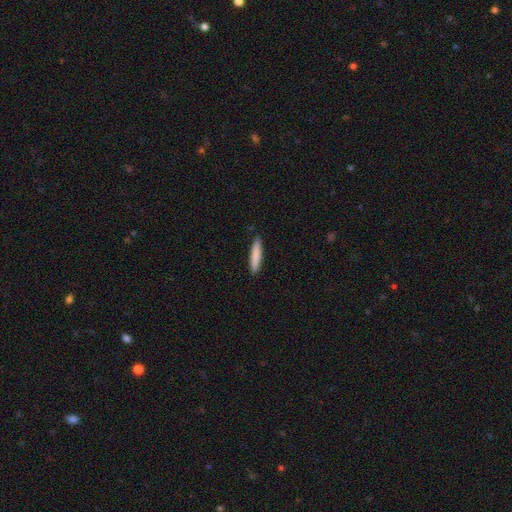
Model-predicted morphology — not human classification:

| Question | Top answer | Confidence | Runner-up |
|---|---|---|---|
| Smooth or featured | smooth | 83% | featured or disk (11%) |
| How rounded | cigar-shaped | 91% | in between (8%) |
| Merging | none | 90% | minor disturbance (7%) |